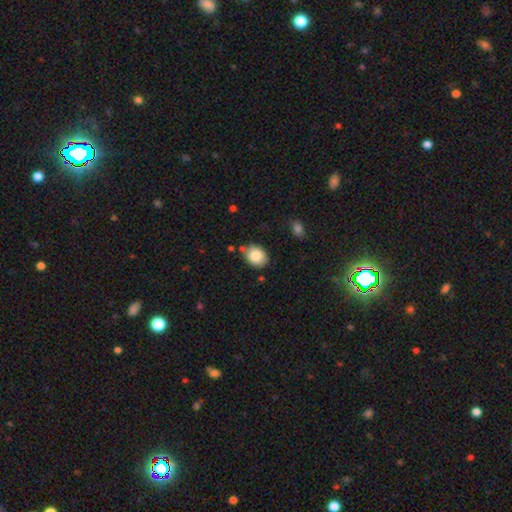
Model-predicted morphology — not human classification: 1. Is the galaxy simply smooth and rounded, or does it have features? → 83% smooth, 9% featured or disk, 8% star or artifact.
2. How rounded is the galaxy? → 53% in between, 46% round, 1% cigar-shaped.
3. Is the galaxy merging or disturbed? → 79% none, 13% minor disturbance, 5% merger, 3% major disturbance.